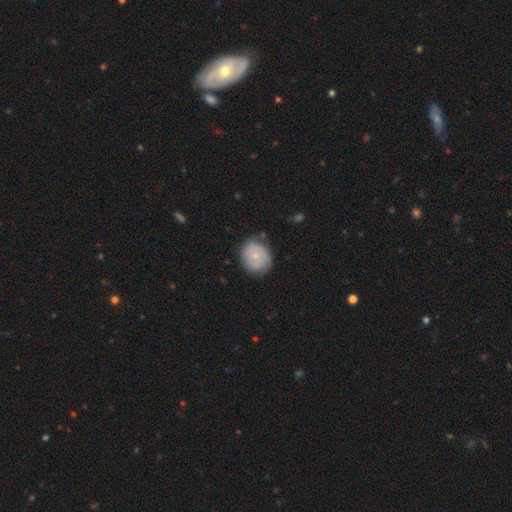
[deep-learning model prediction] The model was most divided on "smooth or featured": smooth: 49%, featured or disk: 45%, star or artifact: 7%. More confident: merging — none (71%).